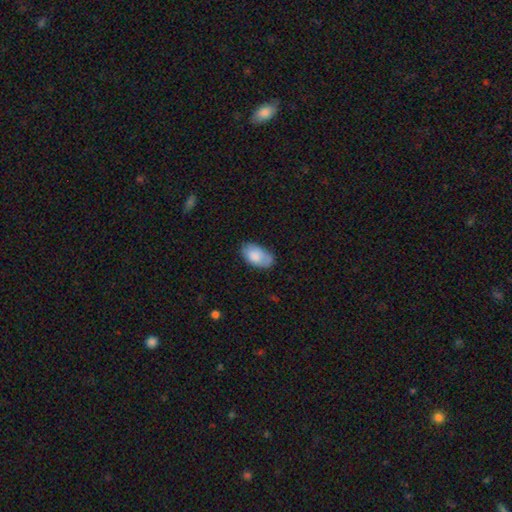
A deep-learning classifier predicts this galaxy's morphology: Smooth or featured? smooth (79%)
How rounded? in between (95%)
Merging? none (64%)